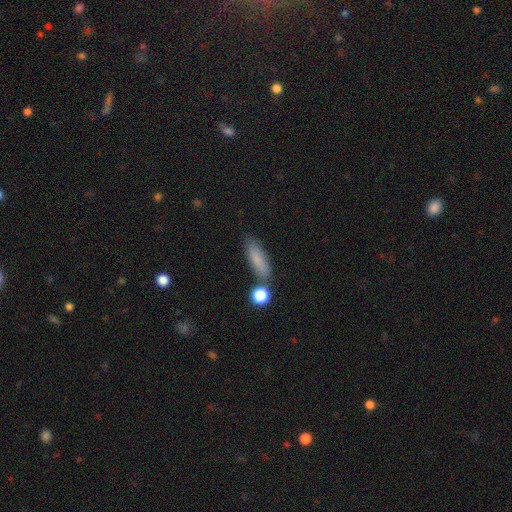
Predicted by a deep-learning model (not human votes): A smooth galaxy with no disk features (81%) that is in between round and cigar-shaped (50%).

Vote fractions:
- Smooth or featured? smooth: 81% / featured or disk: 10% / star or artifact: 9%
- How rounded? in between: 50% / cigar-shaped: 46% / round: 4%
- Merging? none: 75% / minor disturbance: 14% / merger: 7% / major disturbance: 4%